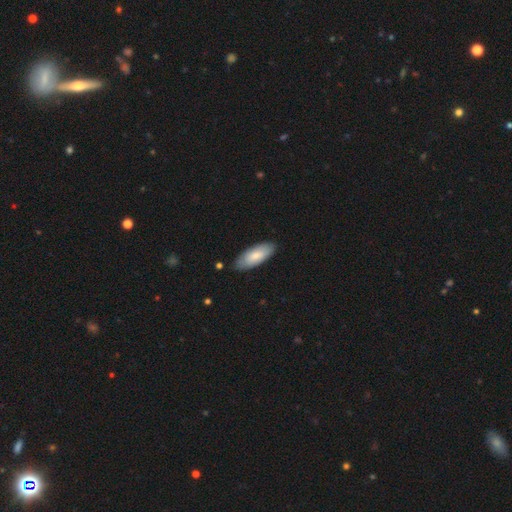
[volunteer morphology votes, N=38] A smooth galaxy with no disk features (76%) that is in between round and cigar-shaped (86%). Merging: none (81%).